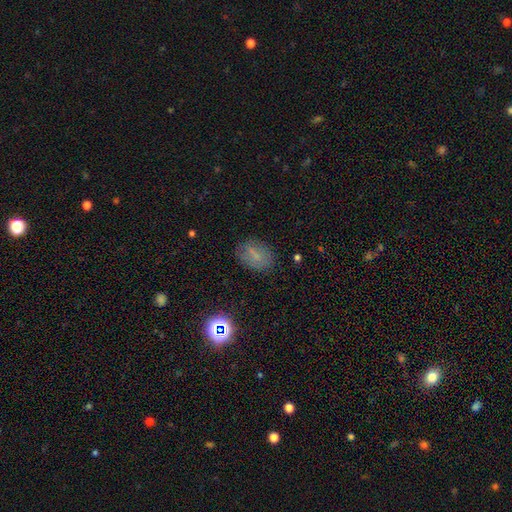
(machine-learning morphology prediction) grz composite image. It shows a smooth galaxy with no disk features (62%) that is in between round and cigar-shaped (77%). Merging: none (77%).